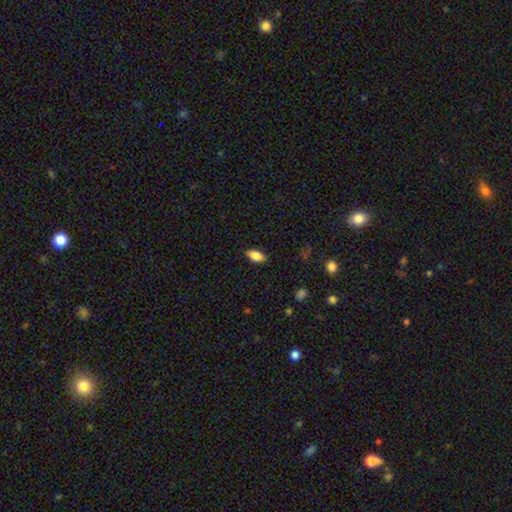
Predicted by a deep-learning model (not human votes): This is clearly a smooth galaxy (85%). How rounded: clearly in between (91%). Merging: clearly none (86%).